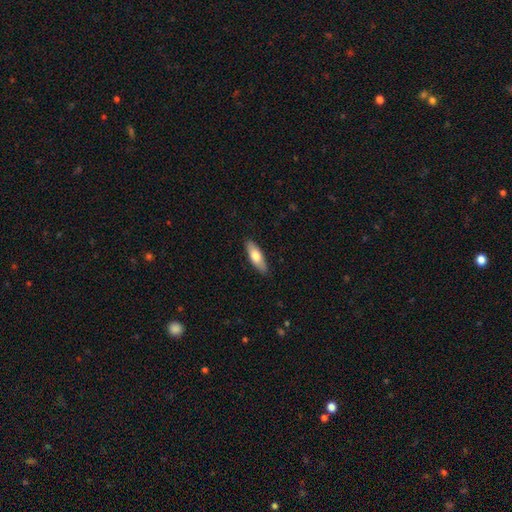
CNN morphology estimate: smooth 70%, featured or disk 24%, star or artifact 5%. Down the decision tree: how rounded — in between (61%); merging — none (87%).